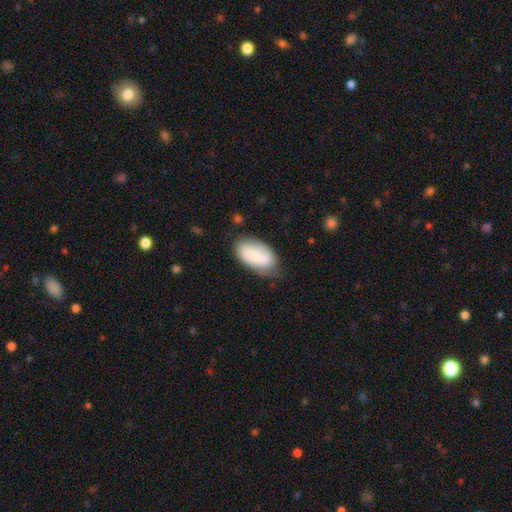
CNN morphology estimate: Smooth or featured? Predicted: smooth (p=0.57). How rounded? Predicted: in between (p=0.93). Merging? Predicted: none (p=0.65).